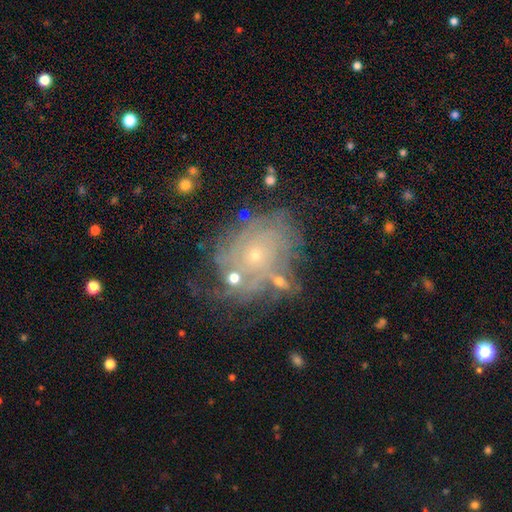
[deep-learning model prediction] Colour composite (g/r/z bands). It shows a featured or disk galaxy (78%) with no bar (85%), tight (74%) spiral arms (88%) and a small central bulge (80%). Merging: none (64%).